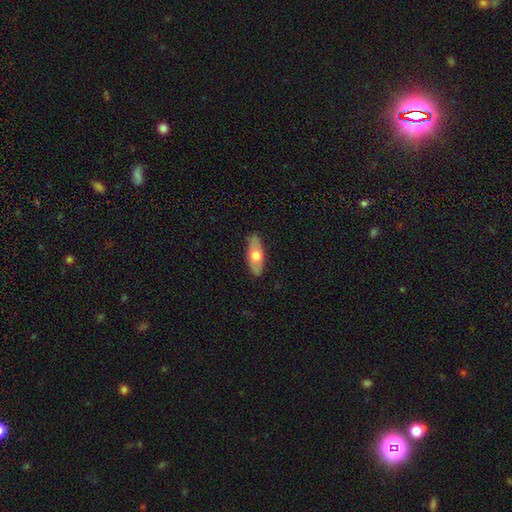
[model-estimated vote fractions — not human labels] Q: Smooth or featured?
A: smooth (60%); runner-up: featured or disk (35%)
Q: How rounded?
A: in between (76%); runner-up: cigar-shaped (21%)
Q: Merging?
A: none (86%); runner-up: minor disturbance (11%)